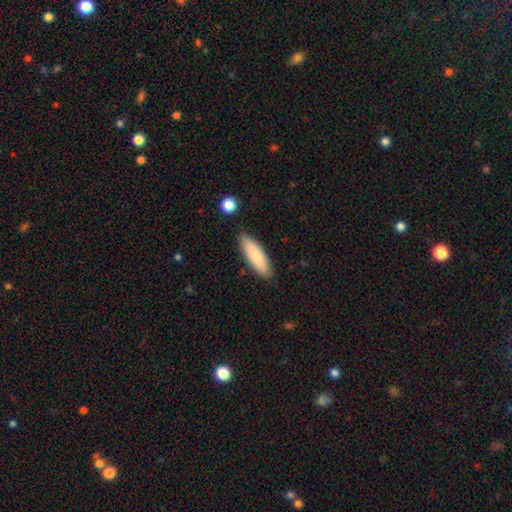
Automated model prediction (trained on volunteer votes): The model was most divided on "how rounded": in between: 52%, cigar-shaped: 47%, round: 2%. More confident: merging — none (84%); smooth or featured — smooth (82%).